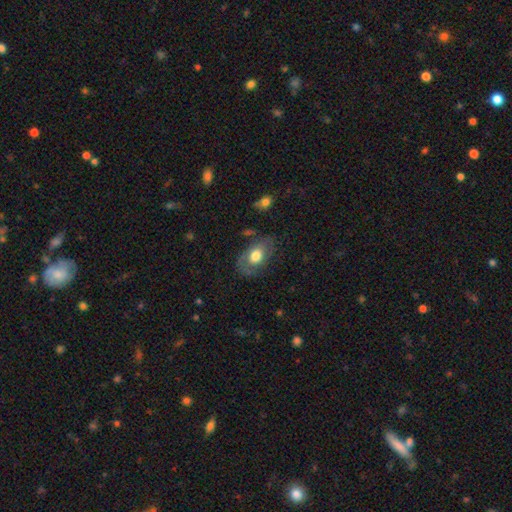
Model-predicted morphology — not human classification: Smooth or featured?
  - smooth: 58% *
  - featured or disk: 35%
  - star or artifact: 7%
How rounded?
  - in between: 84% *
  - round: 15%
  - cigar-shaped: 2%
Merging?
  - none: 67% *
  - minor disturbance: 21%
  - major disturbance: 10%
  - merger: 2%